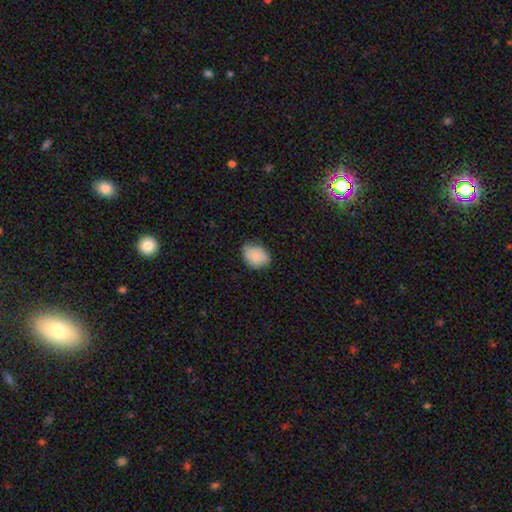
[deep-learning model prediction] Smooth or featured? Predicted: smooth (p=0.84). How rounded? Predicted: in between (p=0.70). Merging? Predicted: none (p=0.76).